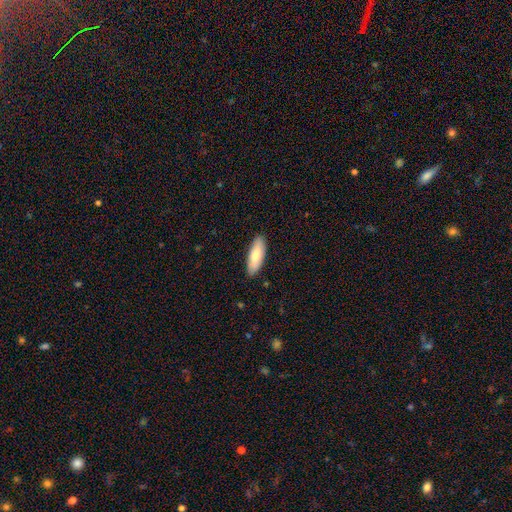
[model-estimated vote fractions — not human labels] Smooth or featured?
  - smooth: 78% *
  - featured or disk: 16%
  - star or artifact: 5%
How rounded?
  - in between: 64% *
  - cigar-shaped: 34%
  - round: 2%
Merging?
  - none: 88% *
  - minor disturbance: 9%
  - major disturbance: 2%
  - merger: 1%